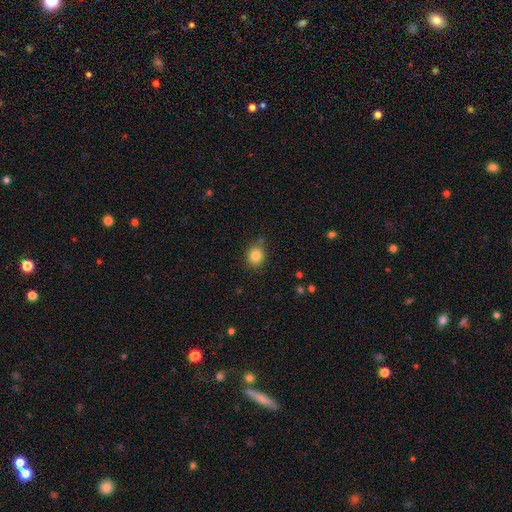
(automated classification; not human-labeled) A smooth galaxy with no disk features (83%) that is round (75%).

Vote fractions:
- Smooth or featured? smooth: 83% / star or artifact: 11% / featured or disk: 6%
- How rounded? round: 75% / in between: 24% / cigar-shaped: 1%
- Merging? none: 79% / minor disturbance: 14% / merger: 4% / major disturbance: 3%